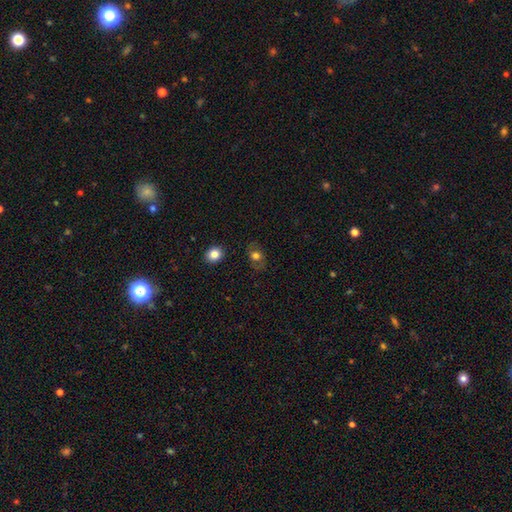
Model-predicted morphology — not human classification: Smooth or featured? Predicted: smooth (p=0.63). How rounded? Predicted: in between (p=0.54). Merging? Predicted: none (p=0.78).